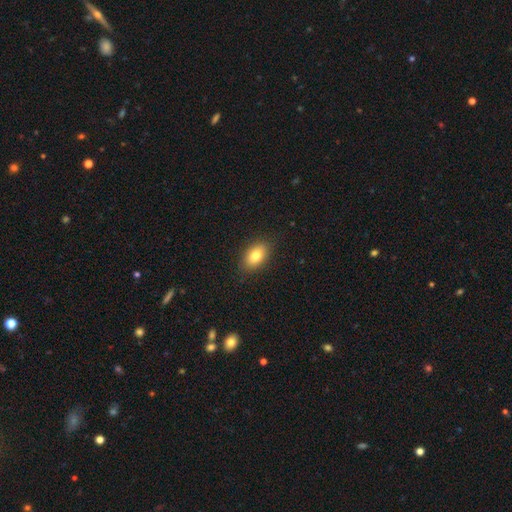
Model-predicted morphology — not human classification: smooth_or_featured: smooth (p=0.80) [alt: featured or disk p=0.12]
how_rounded: in between (p=0.88) [alt: round p=0.10]
merging: none (p=0.87) [alt: minor disturbance p=0.10]